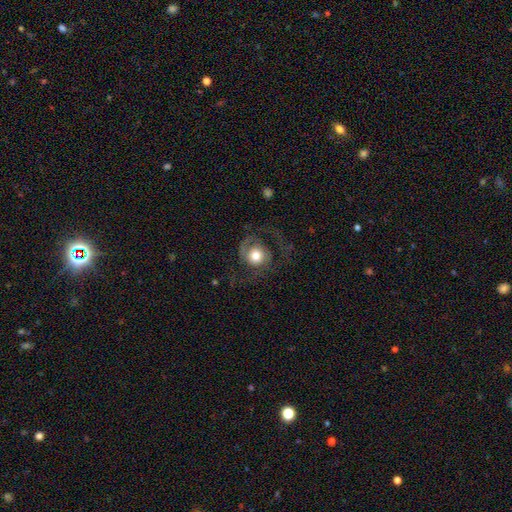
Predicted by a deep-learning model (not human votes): Smooth or featured: featured or disk — 48% (smooth — 45%)
Merging: none — 47% (major disturbance — 35%)